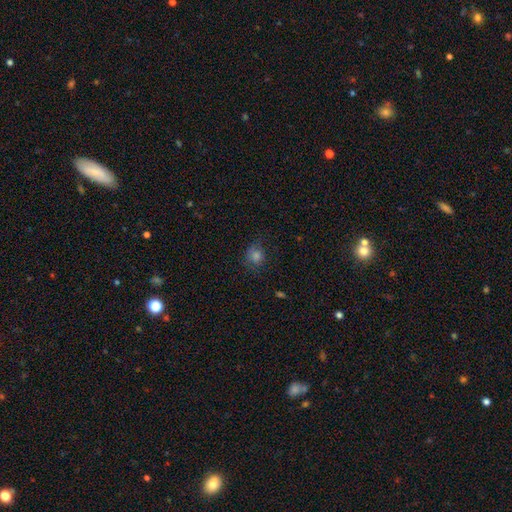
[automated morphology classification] A smooth galaxy with no disk features (72%) that is round (78%).

Vote fractions:
- Smooth or featured? smooth: 72% / star or artifact: 19% / featured or disk: 9%
- How rounded? round: 78% / in between: 21% / cigar-shaped: 1%
- Merging? none: 72% / minor disturbance: 20% / major disturbance: 7% / merger: 1%